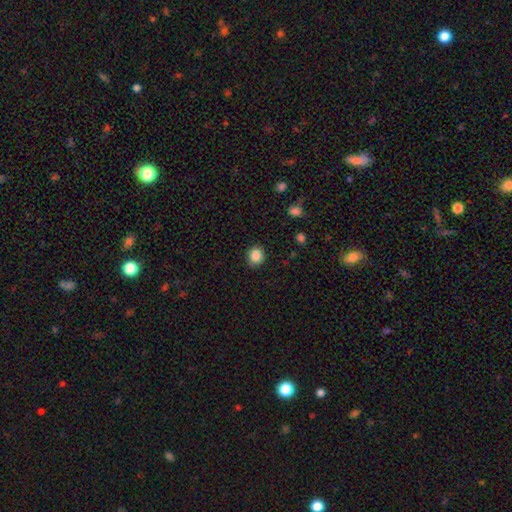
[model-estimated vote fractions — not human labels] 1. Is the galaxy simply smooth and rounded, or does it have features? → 86% smooth, 10% star or artifact, 5% featured or disk.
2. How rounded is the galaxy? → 72% round, 27% in between, 1% cigar-shaped.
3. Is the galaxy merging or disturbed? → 89% none, 8% minor disturbance, 2% major disturbance, 1% merger.